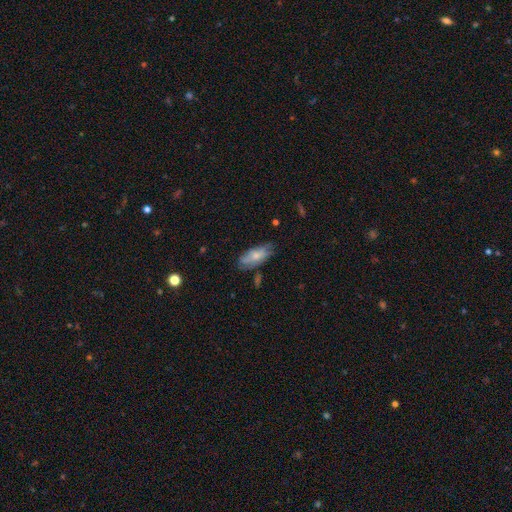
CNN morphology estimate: A smooth galaxy with no disk features (62%) that is in between round and cigar-shaped (83%). Merging: none (63%).